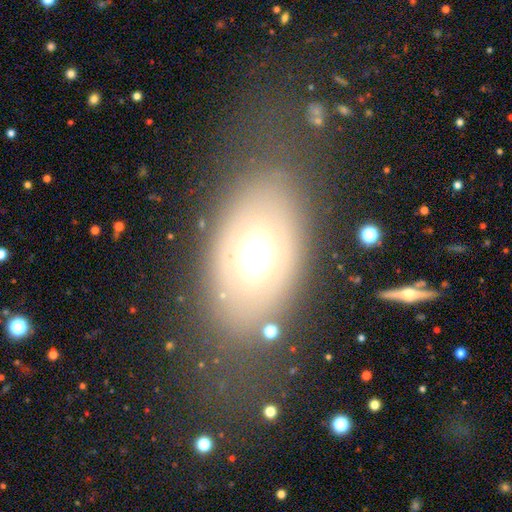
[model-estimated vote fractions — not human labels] smooth-or-featured: smooth: 47% | featured or disk: 39% | star or artifact: 14%
  merging: none: 72% | minor disturbance: 13% | major disturbance: 12% | merger: 2%